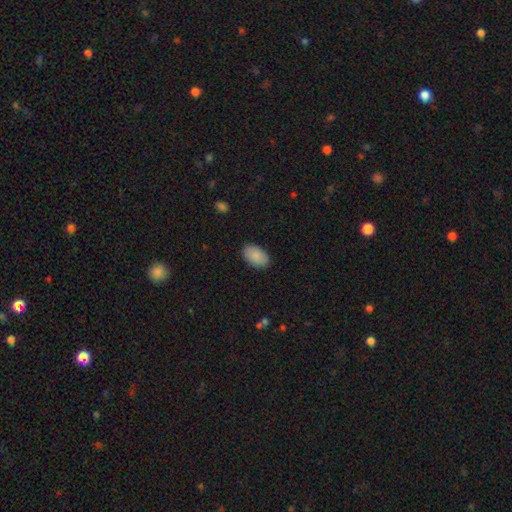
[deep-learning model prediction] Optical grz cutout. It shows a smooth galaxy with no disk features (89%) that is in between round and cigar-shaped (93%). Merging: none (88%).